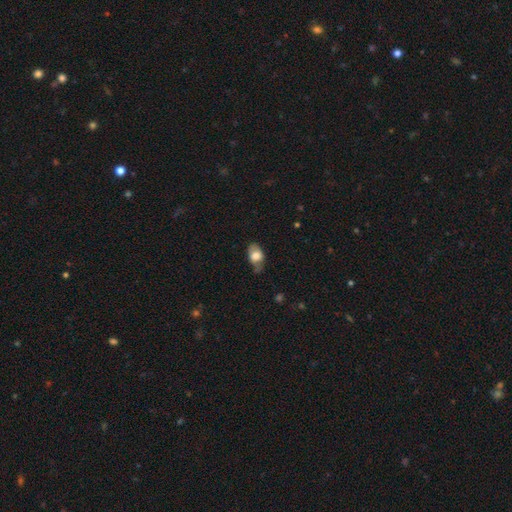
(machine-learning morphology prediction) type=smooth (71%); roundness=in between (86%); merging=none (51%).